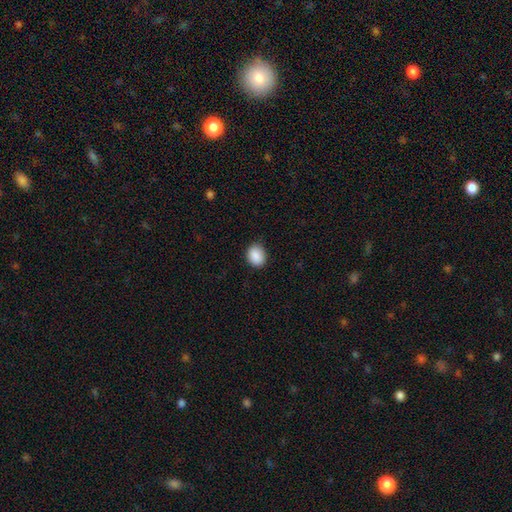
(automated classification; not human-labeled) A smooth galaxy with no disk features (90%) that is in between round and cigar-shaped (54%).

Vote fractions:
- Smooth or featured? smooth: 90% / star or artifact: 7% / featured or disk: 3%
- How rounded? in between: 54% / round: 45% / cigar-shaped: 1%
- Merging? none: 87% / minor disturbance: 10% / major disturbance: 2% / merger: 1%